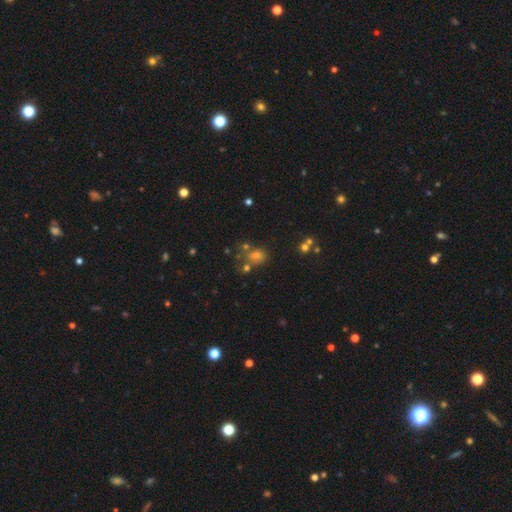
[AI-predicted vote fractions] A smooth galaxy with no disk features (56%) that is round (63%). Merging: none (57%).